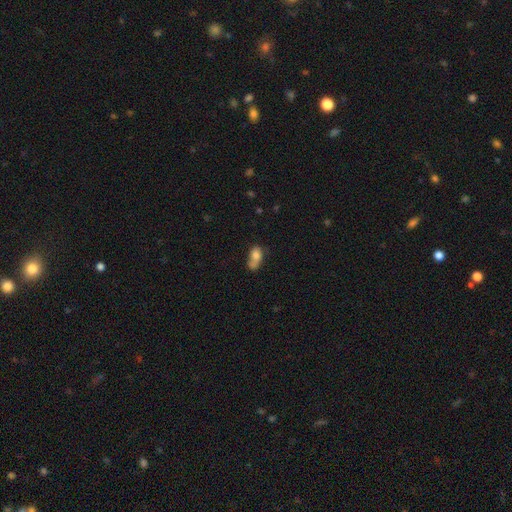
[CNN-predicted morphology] This appears to be a smooth galaxy with no disk features (73%) that is in between round and cigar-shaped (77%). Merging: merger (36%).